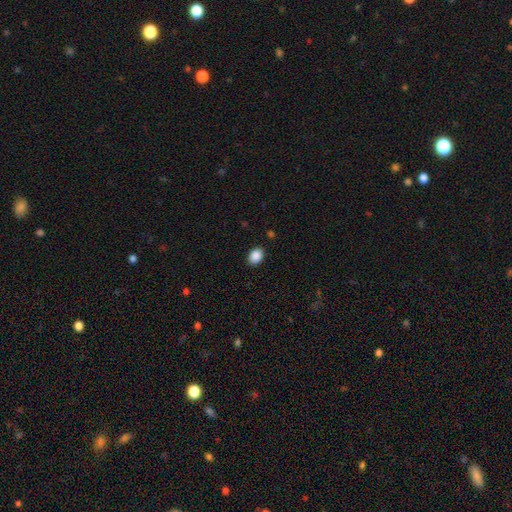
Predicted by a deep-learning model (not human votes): Smooth or featured: smooth — 89% (star or artifact — 8%)
How rounded: in between — 69% (round — 31%)
Merging: none — 89% (minor disturbance — 8%)